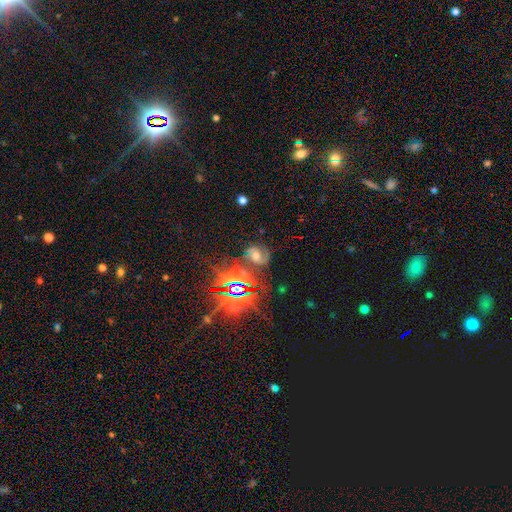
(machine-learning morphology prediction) This is possibly a featured or disk galaxy (47%). Merging: likely none (65%).